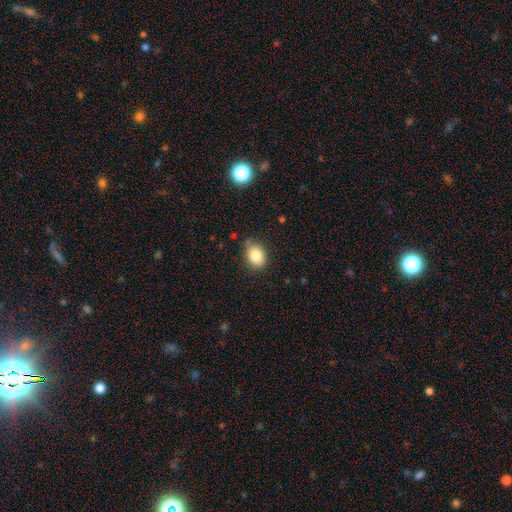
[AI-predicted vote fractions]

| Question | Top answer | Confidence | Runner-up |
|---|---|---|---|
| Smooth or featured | smooth | 85% | star or artifact (9%) |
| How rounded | in between | 68% | round (31%) |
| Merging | none | 76% | minor disturbance (18%) |